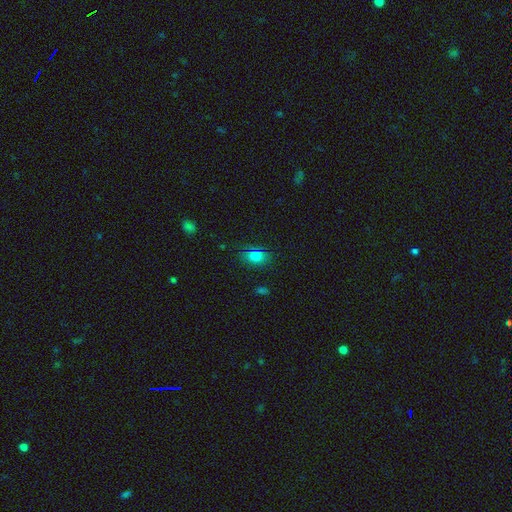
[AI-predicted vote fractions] Overall: smooth (75%). How rounded: in between (76%). Merging: none (81%).